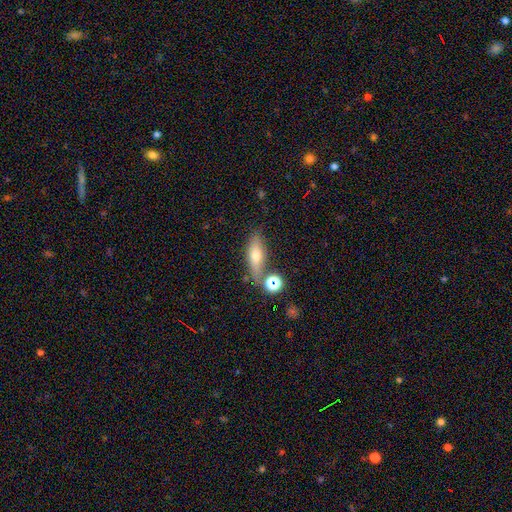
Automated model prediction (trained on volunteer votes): Smooth or featured?
  - smooth: 55% *
  - featured or disk: 34%
  - star or artifact: 11%
How rounded?
  - in between: 50% *
  - cigar-shaped: 44%
  - round: 6%
Merging?
  - none: 71% *
  - minor disturbance: 14%
  - merger: 10%
  - major disturbance: 5%